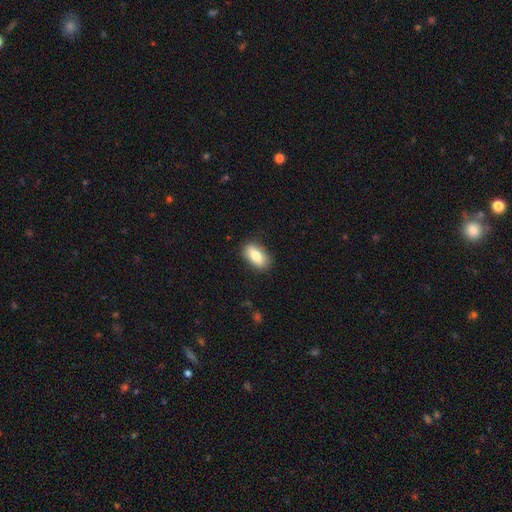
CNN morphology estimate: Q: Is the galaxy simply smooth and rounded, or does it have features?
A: smooth — 83%.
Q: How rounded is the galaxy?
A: in between — 90%.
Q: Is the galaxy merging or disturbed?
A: none — 83%.